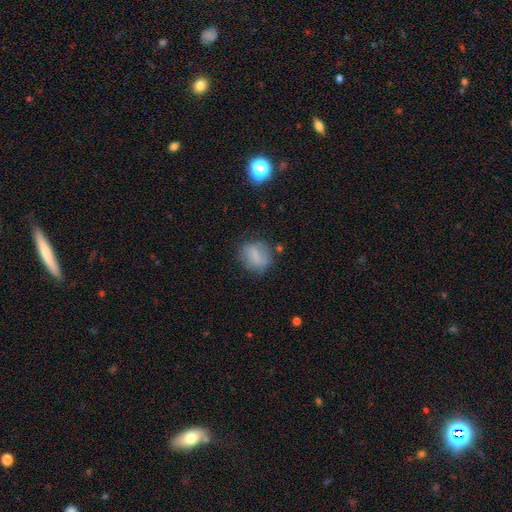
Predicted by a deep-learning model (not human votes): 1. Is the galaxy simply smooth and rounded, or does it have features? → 67% smooth, 22% featured or disk, 11% star or artifact.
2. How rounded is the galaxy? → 60% round, 37% in between, 3% cigar-shaped.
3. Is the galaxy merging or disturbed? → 69% none, 20% minor disturbance, 8% major disturbance, 3% merger.